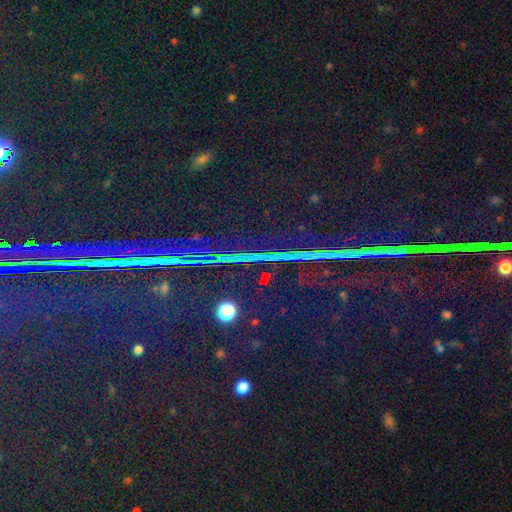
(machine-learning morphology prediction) smooth_or_featured: star or artifact (p=0.84) [alt: smooth p=0.08]